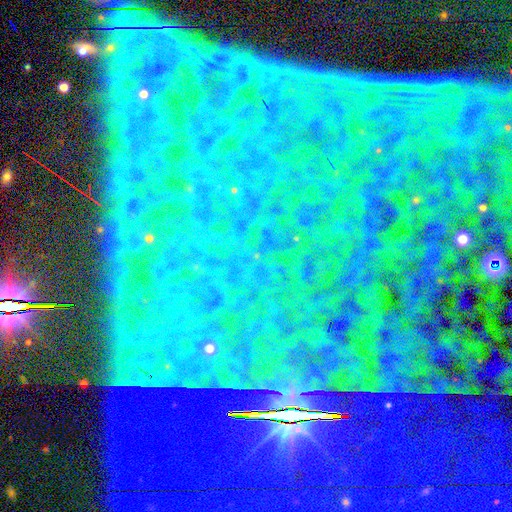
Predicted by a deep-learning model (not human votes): Smooth or featured? star or artifact (84%)